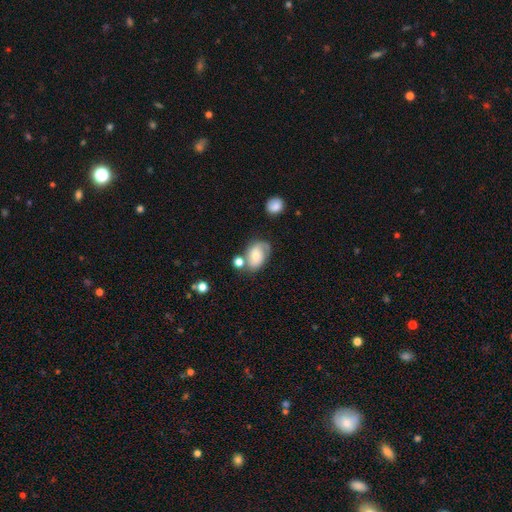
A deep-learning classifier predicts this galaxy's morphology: smooth_or_featured: featured or disk (p=0.47) [alt: smooth p=0.44]
merging: none (p=0.50) [alt: minor disturbance p=0.23]